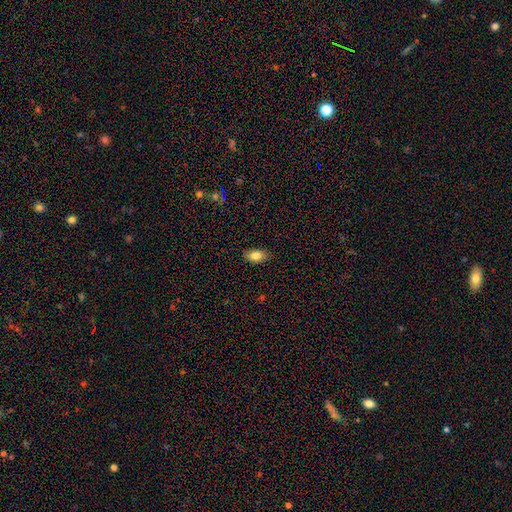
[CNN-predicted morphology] A smooth galaxy with no disk features (82%) that is in between round and cigar-shaped (90%). Merging: none (86%).